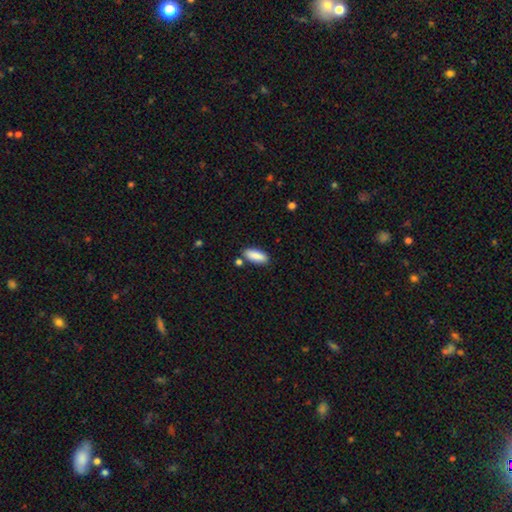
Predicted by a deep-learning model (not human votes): Overall: smooth (88%). How rounded: in between (76%). Merging: none (82%).